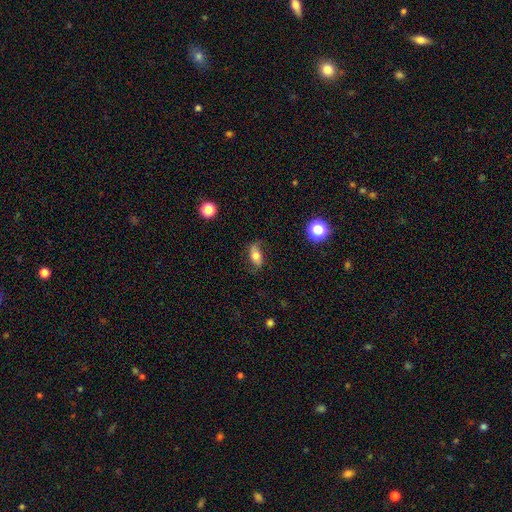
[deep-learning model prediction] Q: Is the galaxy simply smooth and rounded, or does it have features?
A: smooth — 58%.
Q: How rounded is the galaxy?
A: in between — 80%.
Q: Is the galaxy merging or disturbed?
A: none — 69%.